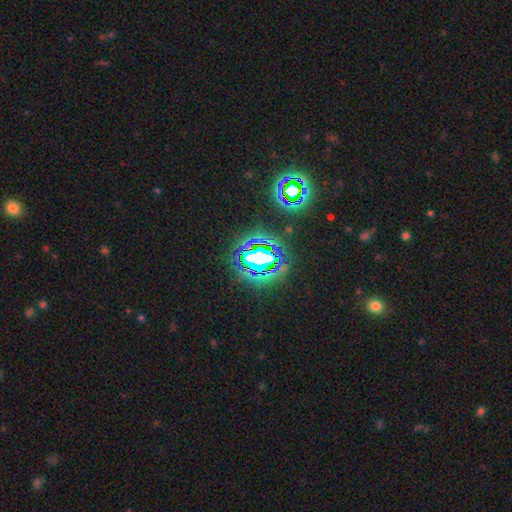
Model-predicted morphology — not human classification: This appears to be a star or artifact, not a galaxy (70%).